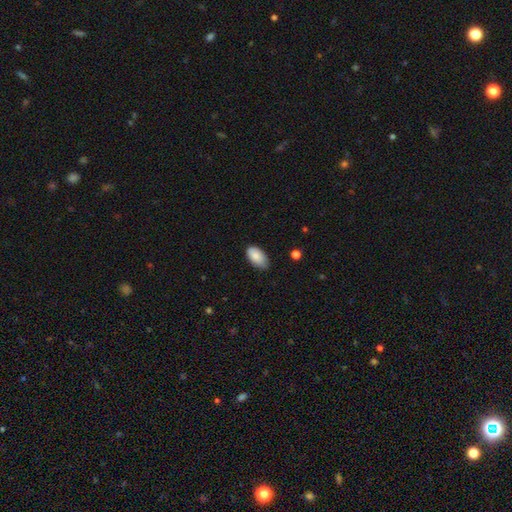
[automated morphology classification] smooth_or_featured: smooth (p=0.86) [alt: featured or disk p=0.07]
how_rounded: in between (p=0.95) [alt: round p=0.03]
merging: none (p=0.76) [alt: minor disturbance p=0.20]